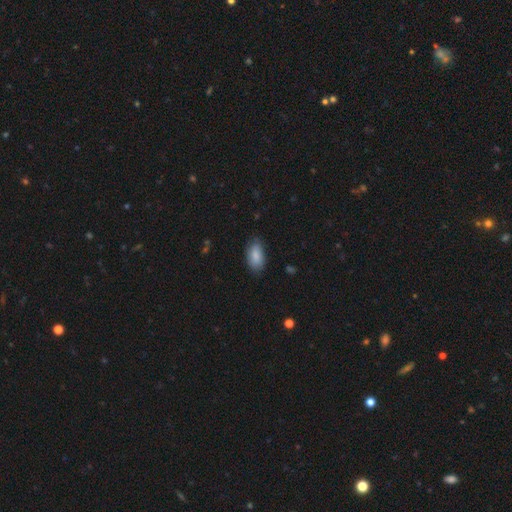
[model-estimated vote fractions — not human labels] Morphology: type=smooth (85%); roundness=in between (93%); merging=none (76%).